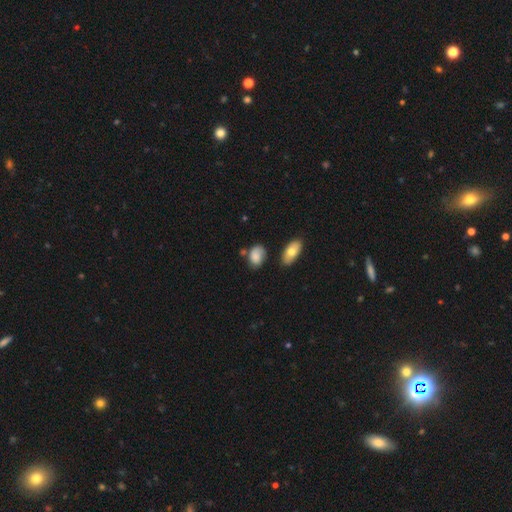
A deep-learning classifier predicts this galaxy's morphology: type=smooth (77%); roundness=in between (81%); merging=none (58%).